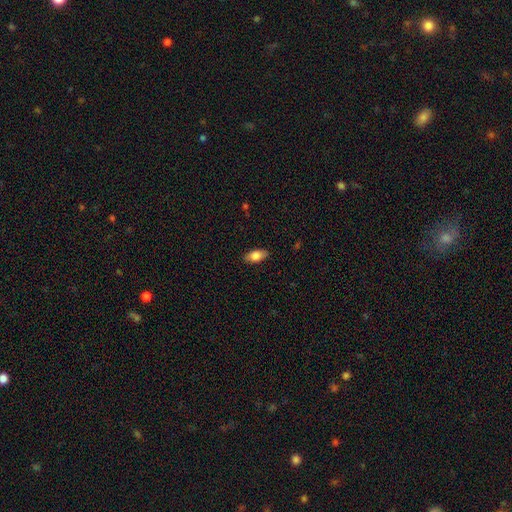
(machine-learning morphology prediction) type=smooth (81%); roundness=in between (88%); merging=none (87%).